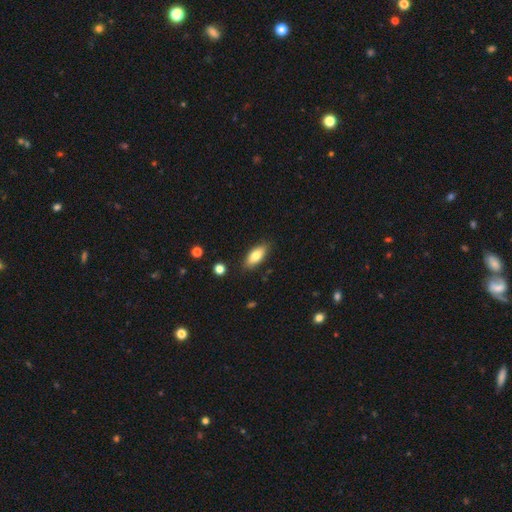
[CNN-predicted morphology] This appears to be a smooth galaxy with no disk features (77%) that is in between round and cigar-shaped (81%). Merging: none (85%).